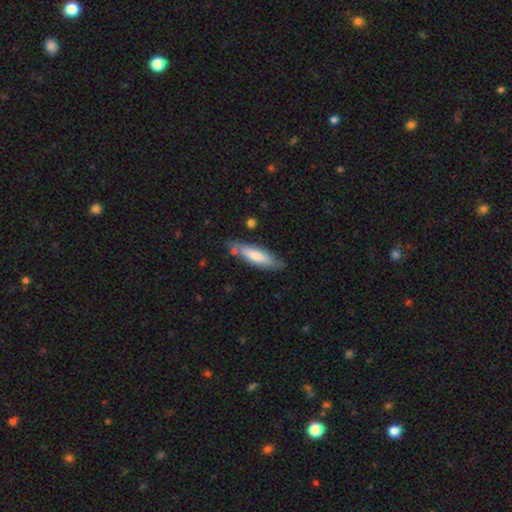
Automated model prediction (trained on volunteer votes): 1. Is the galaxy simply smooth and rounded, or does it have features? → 70% smooth, 24% featured or disk, 5% star or artifact.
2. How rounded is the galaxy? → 62% cigar-shaped, 36% in between, 1% round.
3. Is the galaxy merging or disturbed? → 76% none, 17% minor disturbance, 4% merger, 3% major disturbance.